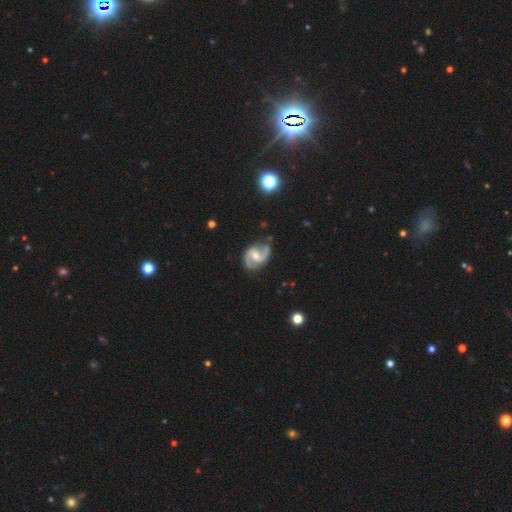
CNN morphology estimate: The model was most divided on "bar": weak: 47%, no: 38%, strong: 15%. More confident: edge-on disk — no (98%); spiral arms — yes (98%); spiral arm count — 2 (93%); smooth or featured — featured or disk (91%); merging — none (77%); spiral winding — medium (61%); bulge size — moderate (57%).